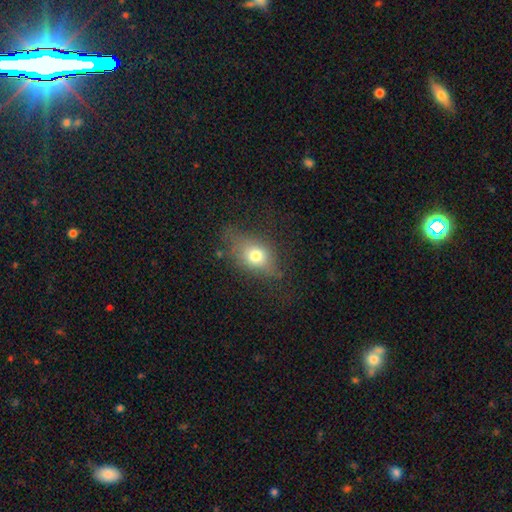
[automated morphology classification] Smooth or featured?
  - smooth: 61% *
  - featured or disk: 26%
  - star or artifact: 13%
How rounded?
  - in between: 67% *
  - round: 25%
  - cigar-shaped: 7%
Merging?
  - none: 64% *
  - minor disturbance: 24%
  - major disturbance: 10%
  - merger: 2%